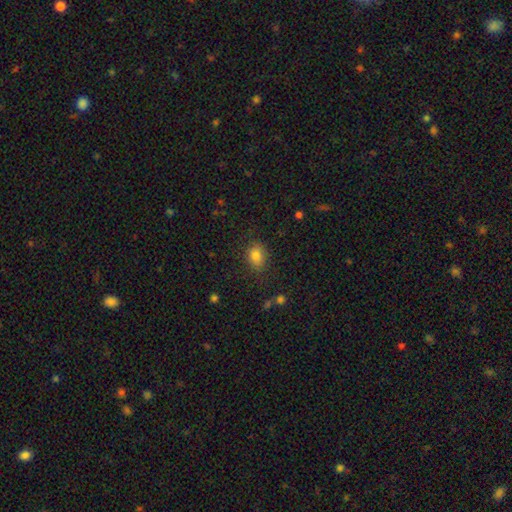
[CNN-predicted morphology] A smooth galaxy with no disk features (83%) that is in between round and cigar-shaped (68%). Merging: none (78%).